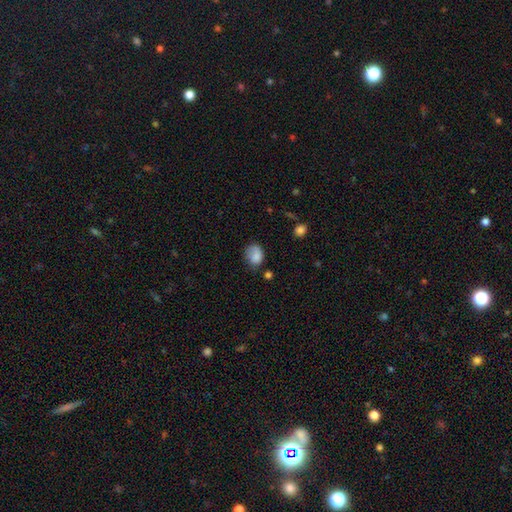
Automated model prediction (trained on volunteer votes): Overall: smooth (81%). How rounded: in between (57%; round 42%). Merging: none (50%; minor disturbance 31%).